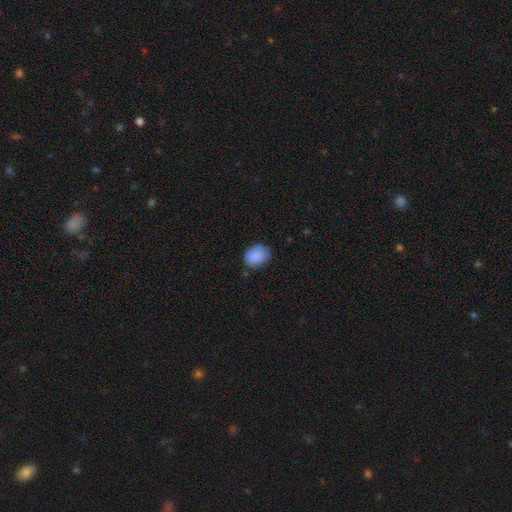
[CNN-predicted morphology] A smooth galaxy with no disk features (87%) that is in between round and cigar-shaped (50%).

Vote fractions:
- Smooth or featured? smooth: 87% / star or artifact: 7% / featured or disk: 6%
- How rounded? in between: 50% / round: 49% / cigar-shaped: 1%
- Merging? none: 75% / minor disturbance: 20% / major disturbance: 4% / merger: 1%